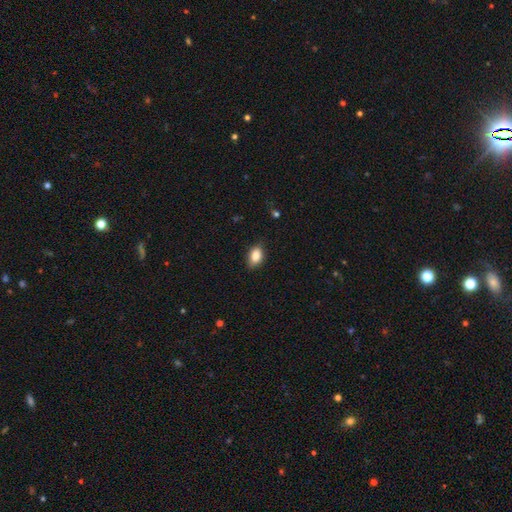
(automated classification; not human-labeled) Smooth or featured? Predicted: smooth (p=0.86). How rounded? Predicted: in between (p=0.85). Merging? Predicted: none (p=0.81).